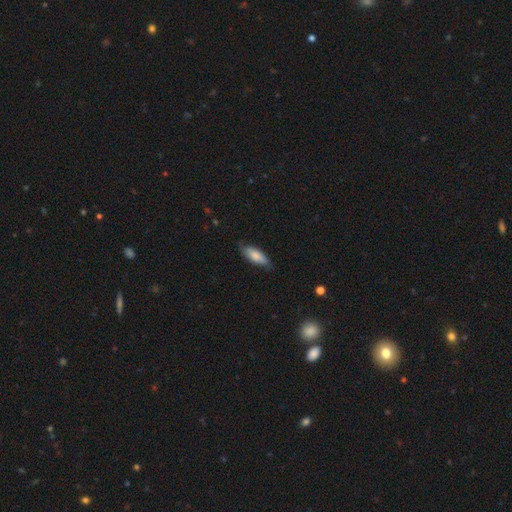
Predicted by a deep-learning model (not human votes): Morphology: type=smooth (76%); roundness=in between (64%); merging=none (74%).